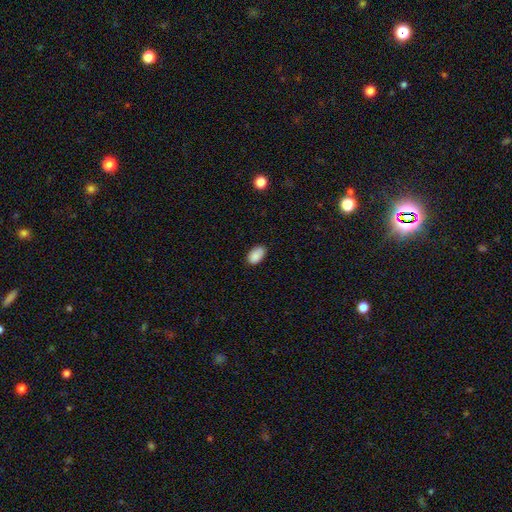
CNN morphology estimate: type=smooth (89%); roundness=in between (93%); merging=none (82%).